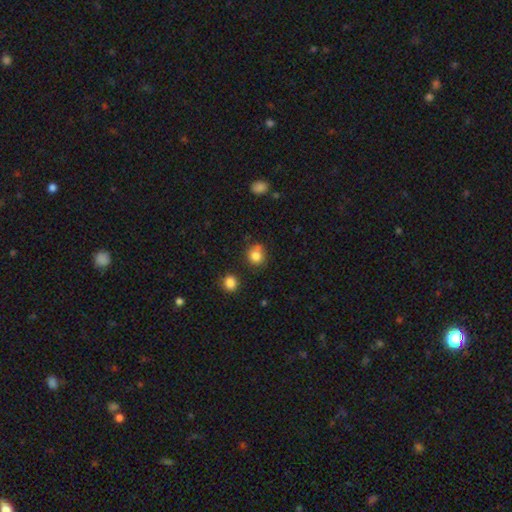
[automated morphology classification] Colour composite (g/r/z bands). It shows a smooth galaxy with no disk features (82%) that is round (80%). Merging: none (64%).